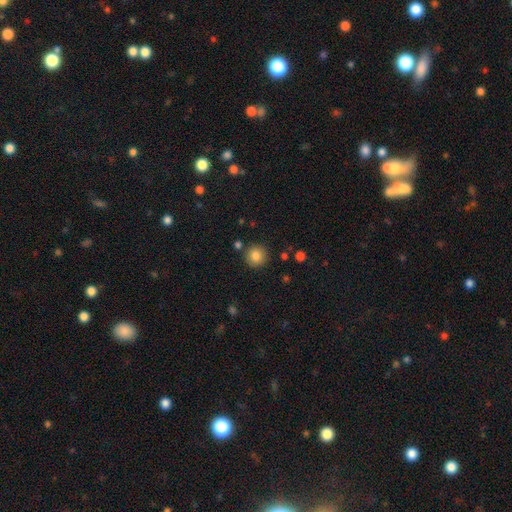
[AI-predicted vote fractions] Smooth or featured? Predicted: smooth (p=0.84). How rounded? Predicted: round (p=0.94). Merging? Predicted: none (p=0.87).